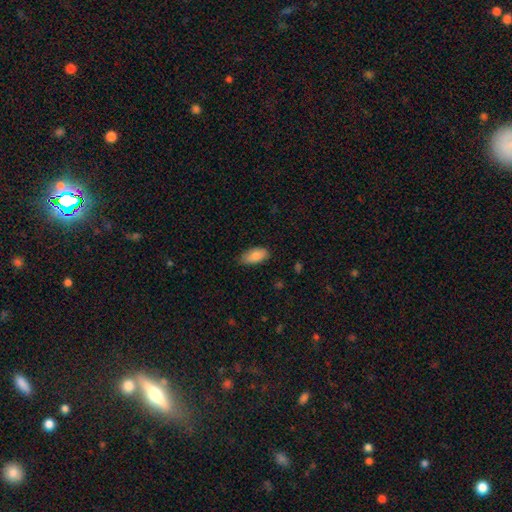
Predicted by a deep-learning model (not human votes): smooth_or_featured: smooth (p=0.84) [alt: featured or disk p=0.09]
how_rounded: in between (p=0.92) [alt: cigar-shaped p=0.06]
merging: none (p=0.76) [alt: minor disturbance p=0.20]